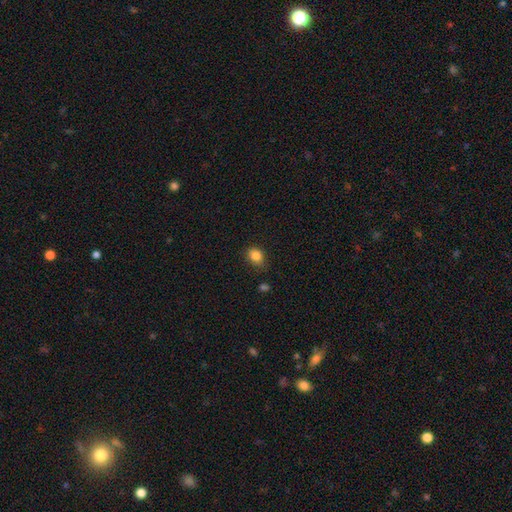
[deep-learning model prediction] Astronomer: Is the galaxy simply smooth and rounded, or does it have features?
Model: smooth — 85%.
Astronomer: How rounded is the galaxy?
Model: in between — 55% (runner-up: round, 44%).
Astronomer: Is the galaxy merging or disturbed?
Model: none — 75%.